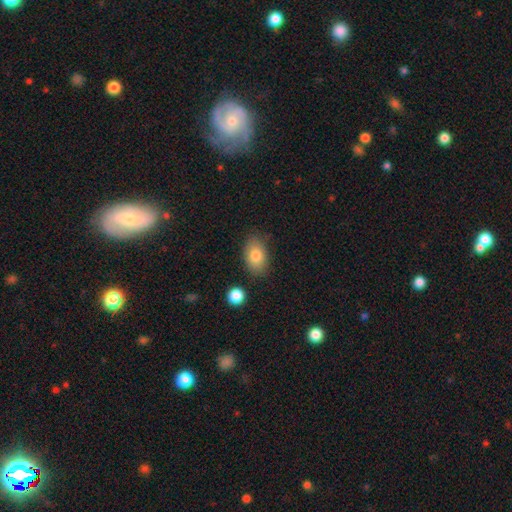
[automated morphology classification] The model was most divided on "merging": none: 81%, minor disturbance: 13%, merger: 3%, major disturbance: 3%. More confident: how rounded — in between (88%); smooth or featured — smooth (81%).